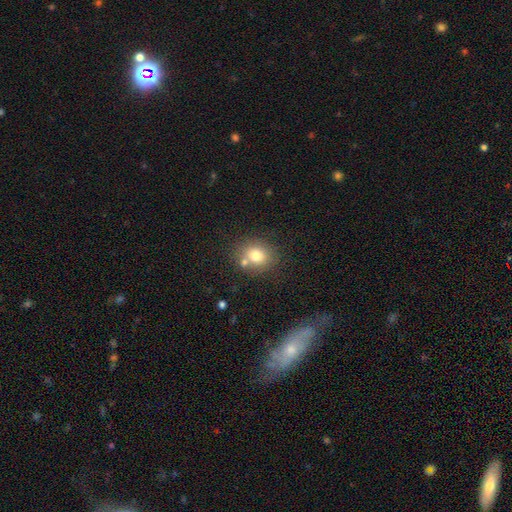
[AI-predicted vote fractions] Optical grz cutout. It shows a smooth galaxy with no disk features (76%) that is round (70%). Merging: none (66%).